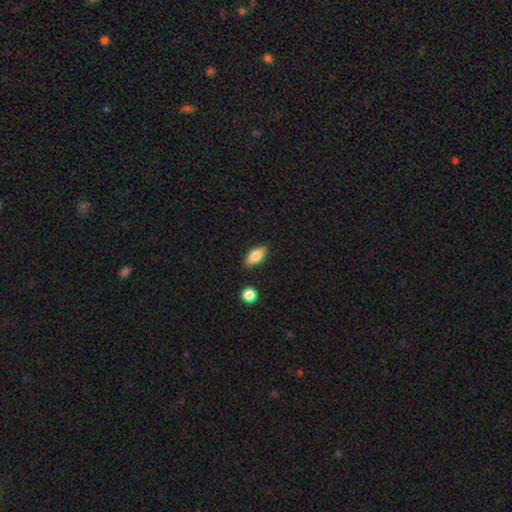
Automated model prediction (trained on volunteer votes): A smooth galaxy with no disk features (78%) that is in between round and cigar-shaped (84%). Merging: none (85%).